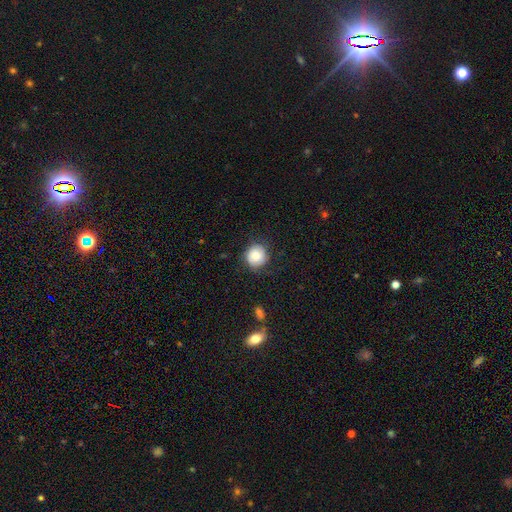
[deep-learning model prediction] A smooth galaxy with no disk features (63%) that is round (86%).

Vote fractions:
- Smooth or featured? smooth: 63% / featured or disk: 28% / star or artifact: 9%
- How rounded? round: 86% / in between: 13% / cigar-shaped: 1%
- Merging? none: 75% / minor disturbance: 18% / major disturbance: 6% / merger: 1%